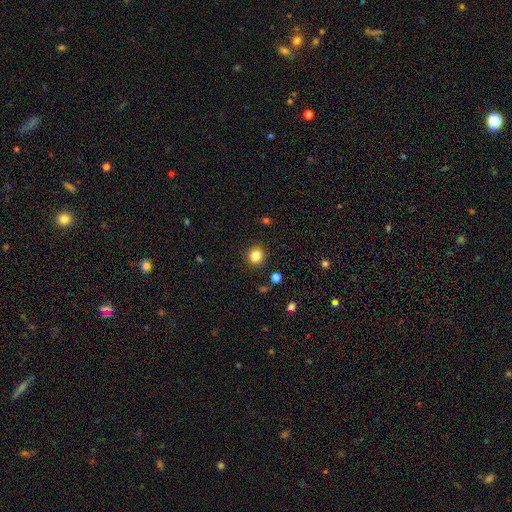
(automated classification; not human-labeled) Smooth or featured?
  - smooth: 84% *
  - star or artifact: 12%
  - featured or disk: 5%
How rounded?
  - round: 86% *
  - in between: 13%
  - cigar-shaped: 1%
Merging?
  - none: 90% *
  - minor disturbance: 7%
  - major disturbance: 2%
  - merger: 1%